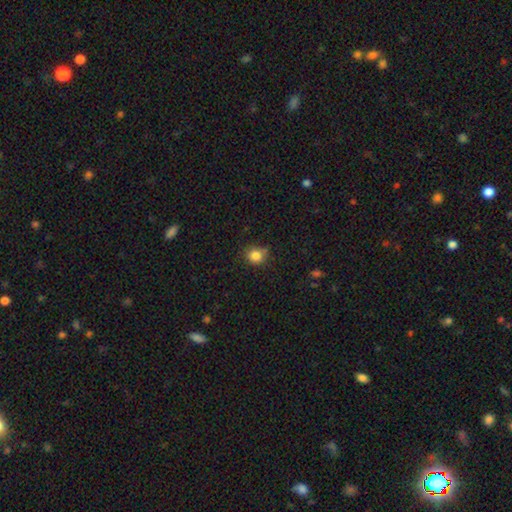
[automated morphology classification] smooth-or-featured: smooth: 84% | star or artifact: 11% | featured or disk: 5%
  how-rounded: round: 84% | in between: 15% | cigar-shaped: 1%
  merging: none: 73% | minor disturbance: 18% | merger: 5% | major disturbance: 4%